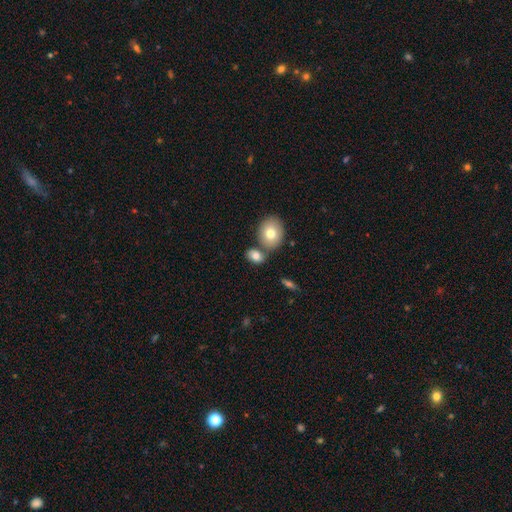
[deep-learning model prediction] The model was most divided on "merging": none: 57%, merger: 28%, minor disturbance: 12%, major disturbance: 4%. More confident: smooth or featured — smooth (79%); how rounded — in between (68%).